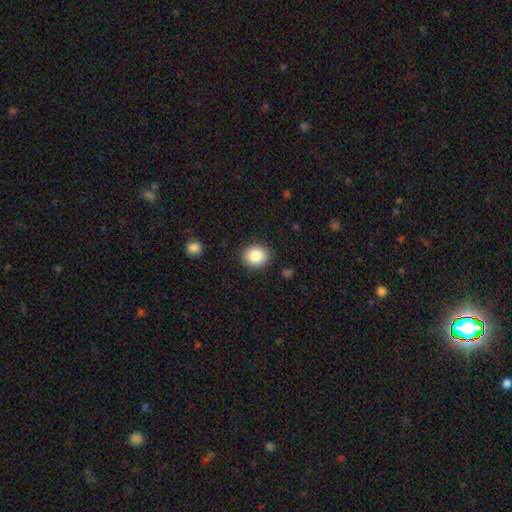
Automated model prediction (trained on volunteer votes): Morphology: type=smooth (86%); roundness=round (74%); merging=none (89%).